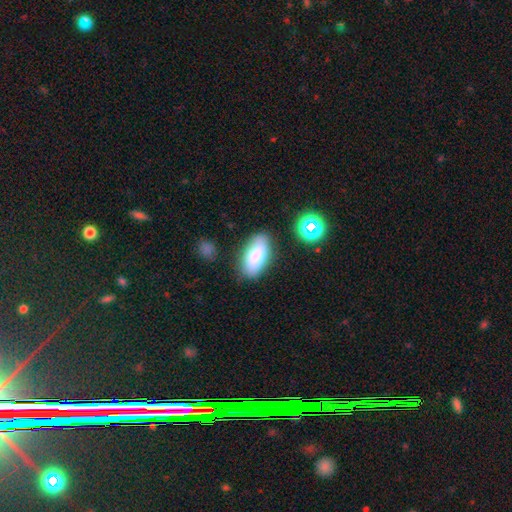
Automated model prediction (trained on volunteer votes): Smooth or featured? Predicted: smooth (p=0.78). How rounded? Predicted: in between (p=0.90). Merging? Predicted: none (p=0.79).